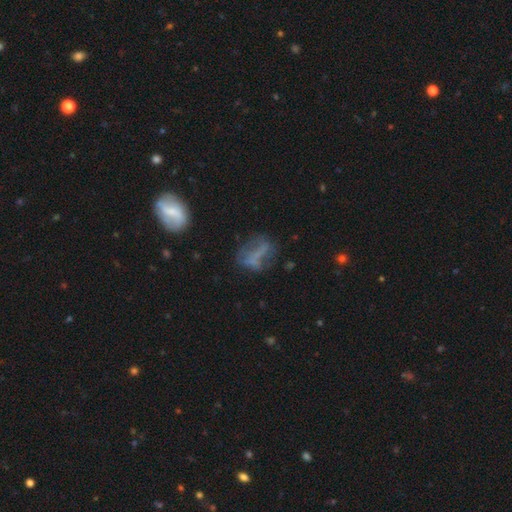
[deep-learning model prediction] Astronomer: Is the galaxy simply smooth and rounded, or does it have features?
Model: featured or disk — 42% (runner-up: smooth, 41%).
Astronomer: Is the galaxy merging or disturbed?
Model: none — 48%.